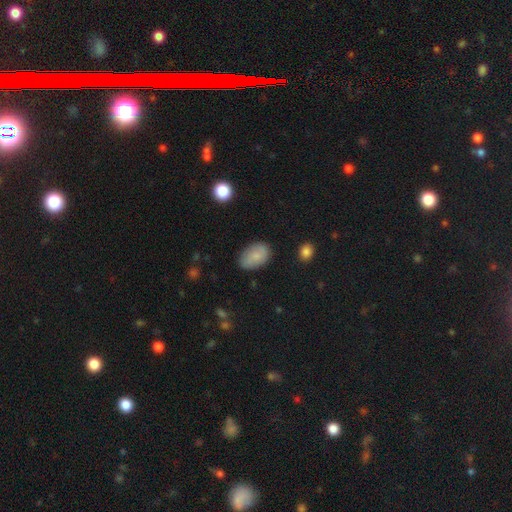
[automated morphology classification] The model was most divided on "merging": none: 79%, minor disturbance: 16%, major disturbance: 3%, merger: 1%. More confident: how rounded — in between (90%); smooth or featured — smooth (79%).